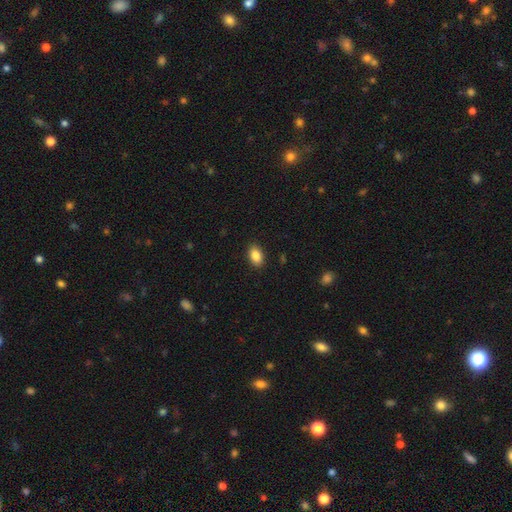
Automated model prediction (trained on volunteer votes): Smooth or featured: smooth — 88% (star or artifact — 8%)
How rounded: in between — 89% (round — 10%)
Merging: none — 89% (minor disturbance — 8%)